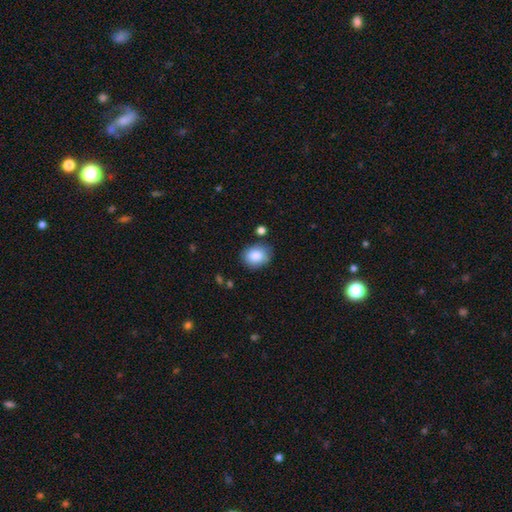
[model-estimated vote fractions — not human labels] A smooth galaxy with no disk features (86%) that is round (57%). Merging: none (78%).